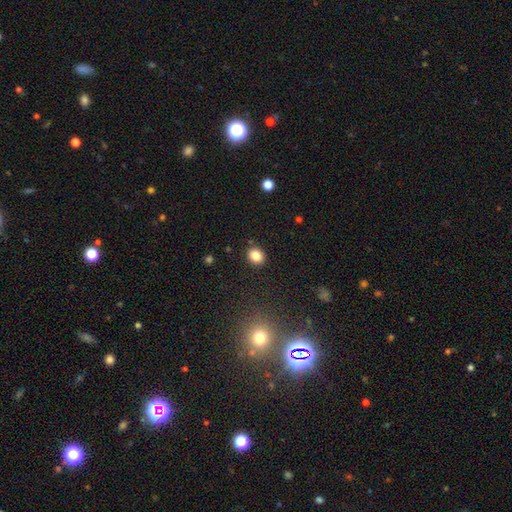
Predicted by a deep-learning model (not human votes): The model was most divided on "how rounded": round: 68%, in between: 31%, cigar-shaped: 1%. More confident: merging — none (88%); smooth or featured — smooth (84%).